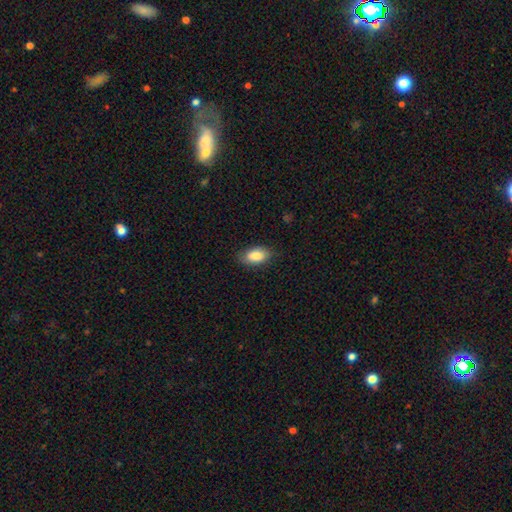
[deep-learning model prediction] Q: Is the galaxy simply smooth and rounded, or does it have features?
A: smooth — 86%.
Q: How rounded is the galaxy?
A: in between — 91%.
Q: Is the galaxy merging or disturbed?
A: none — 83%.